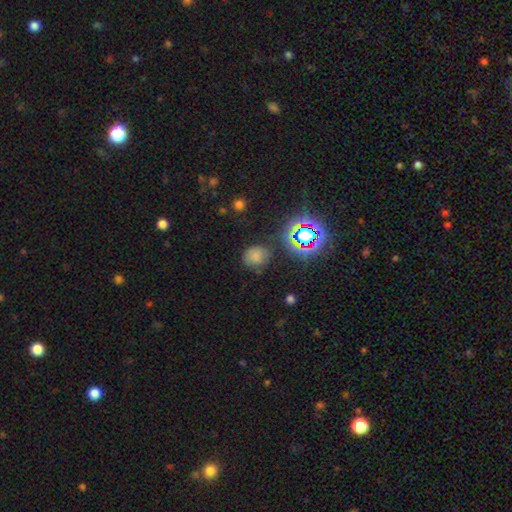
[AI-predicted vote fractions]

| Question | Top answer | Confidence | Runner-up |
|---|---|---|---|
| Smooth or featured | smooth | 67% | star or artifact (24%) |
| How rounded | round | 67% | in between (32%) |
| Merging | none | 70% | minor disturbance (19%) |